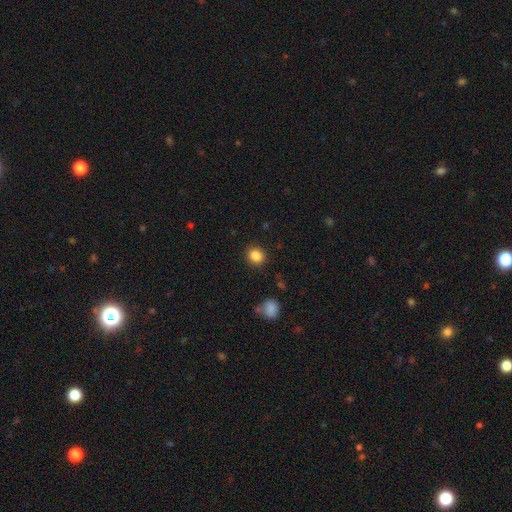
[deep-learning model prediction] Smooth or featured? Predicted: smooth (p=0.86). How rounded? Predicted: round (p=0.80). Merging? Predicted: none (p=0.89).